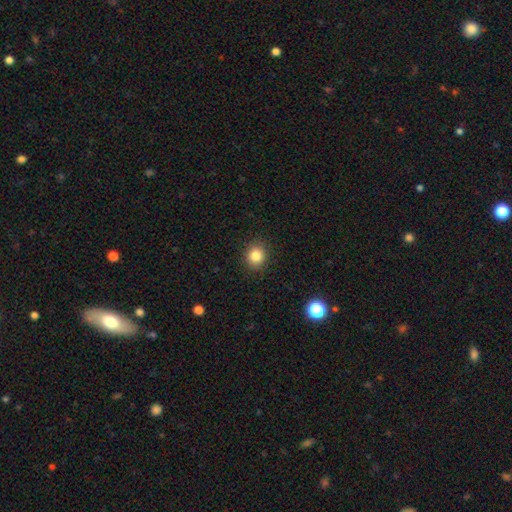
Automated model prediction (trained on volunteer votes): Smooth or featured: smooth — 83% (star or artifact — 11%)
How rounded: round — 81% (in between — 18%)
Merging: none — 90% (minor disturbance — 6%)